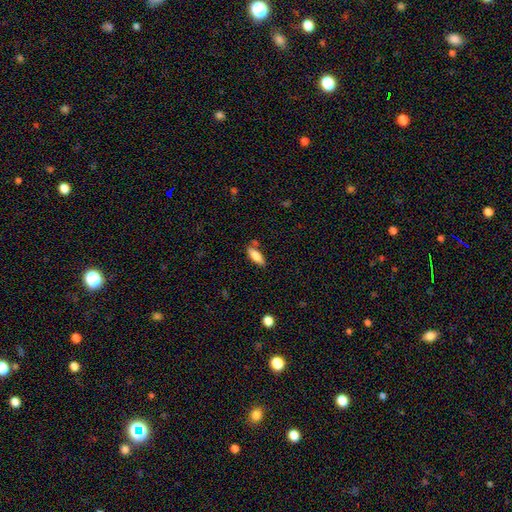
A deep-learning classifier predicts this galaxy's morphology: Smooth or featured?
  - smooth: 78% *
  - featured or disk: 15%
  - star or artifact: 7%
How rounded?
  - in between: 70% *
  - cigar-shaped: 28%
  - round: 2%
Merging?
  - none: 72% *
  - minor disturbance: 16%
  - merger: 8%
  - major disturbance: 4%